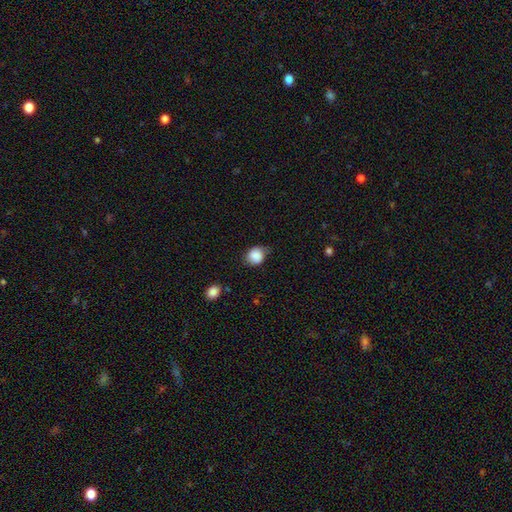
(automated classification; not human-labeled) Smooth or featured? smooth (85%)
How rounded? round (76%)
Merging? none (58%)